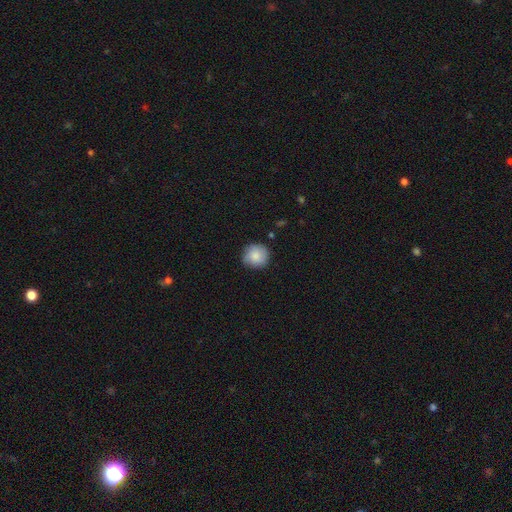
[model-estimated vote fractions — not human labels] smooth-or-featured: smooth: 83% | featured or disk: 10% | star or artifact: 7%
  how-rounded: round: 91% | in between: 8% | cigar-shaped: 1%
  merging: none: 79% | minor disturbance: 17% | major disturbance: 3% | merger: 1%